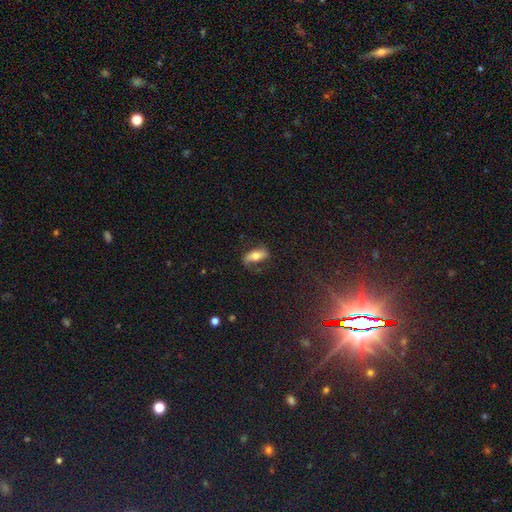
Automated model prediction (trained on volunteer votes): Smooth or featured? Predicted: featured or disk (p=0.47). Merging? Predicted: none (p=0.64).